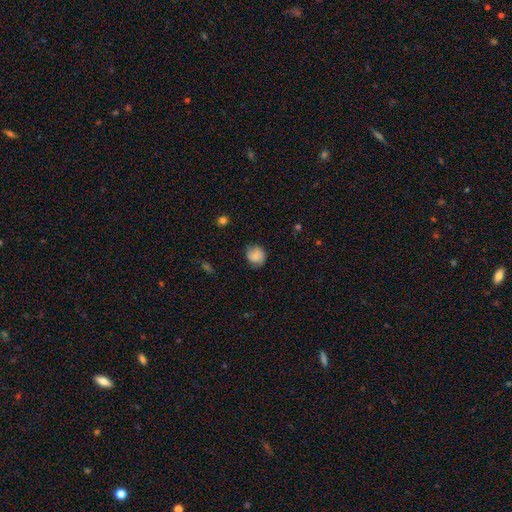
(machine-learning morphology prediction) A smooth galaxy with no disk features (76%) that is round (78%).

Vote fractions:
- Smooth or featured? smooth: 76% / featured or disk: 16% / star or artifact: 8%
- How rounded? round: 78% / in between: 21% / cigar-shaped: 1%
- Merging? none: 74% / minor disturbance: 19% / major disturbance: 5% / merger: 1%